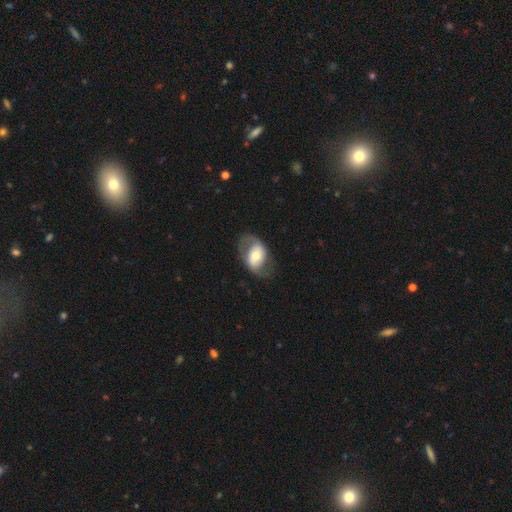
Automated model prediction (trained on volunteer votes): Smooth or featured: featured or disk — 63% (smooth — 31%)
Edge-on disk: no — 95% (yes — 5%)
Bar: no — 47% (weak — 32%)
Spiral arms: yes — 76% (no — 24%)
Bulge size: moderate — 59% (small — 21%)
Merging: none — 67% (minor disturbance — 18%)